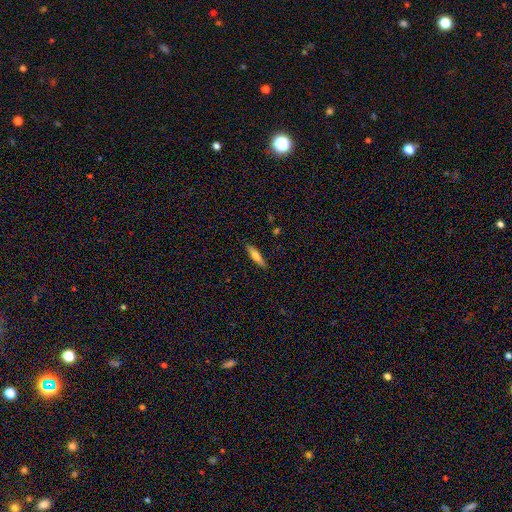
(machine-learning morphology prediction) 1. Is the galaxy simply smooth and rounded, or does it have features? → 66% smooth, 27% featured or disk, 6% star or artifact.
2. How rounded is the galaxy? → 71% cigar-shaped, 27% in between, 2% round.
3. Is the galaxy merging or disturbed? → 88% none, 9% minor disturbance, 2% major disturbance, 1% merger.